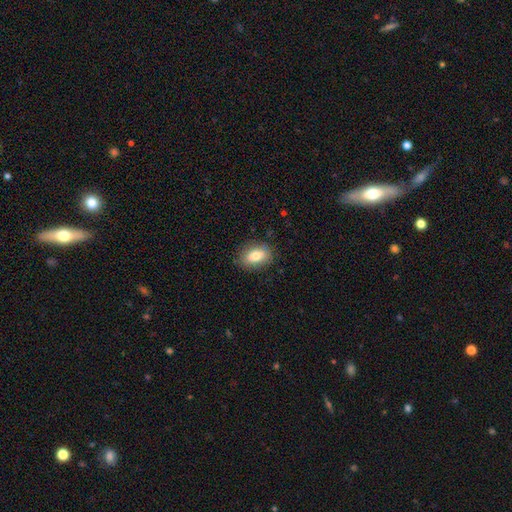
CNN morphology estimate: Overall: smooth (81%). How rounded: in between (82%). Merging: none (84%).